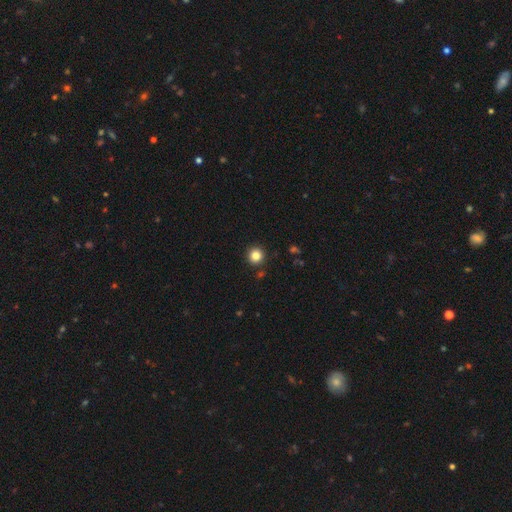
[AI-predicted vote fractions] smooth 84%, star or artifact 12%, featured or disk 5%. Down the decision tree: how rounded — round (95%); merging — none (91%).